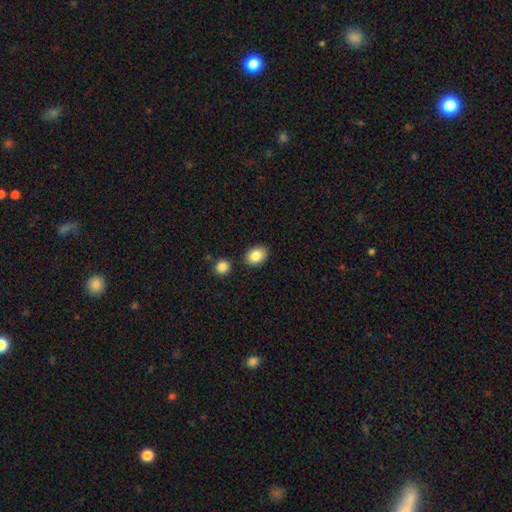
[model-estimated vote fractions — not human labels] A smooth galaxy with no disk features (85%) that is in between round and cigar-shaped (67%). Merging: none (83%).